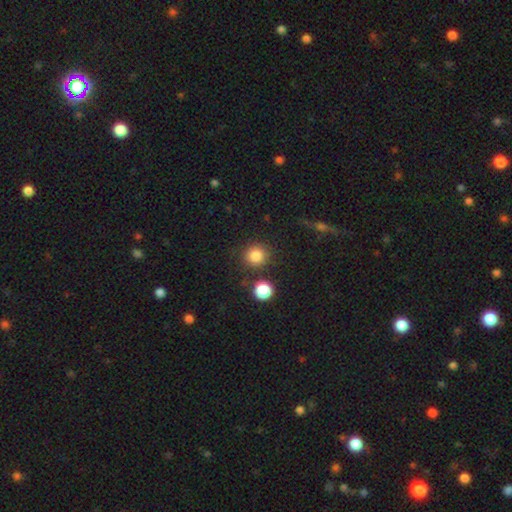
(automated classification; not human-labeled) Smooth or featured: smooth — 83% (star or artifact — 12%)
How rounded: round — 91% (in between — 8%)
Merging: none — 83% (minor disturbance — 8%)